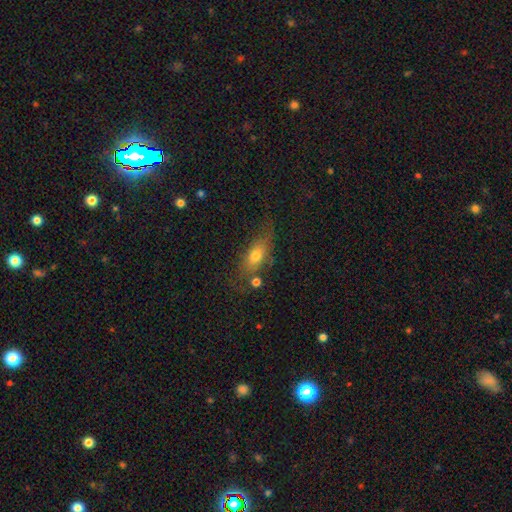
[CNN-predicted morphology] Q: Smooth or featured?
A: smooth (63%); runner-up: featured or disk (27%)
Q: How rounded?
A: in between (74%); runner-up: cigar-shaped (19%)
Q: Merging?
A: none (55%); runner-up: minor disturbance (24%)